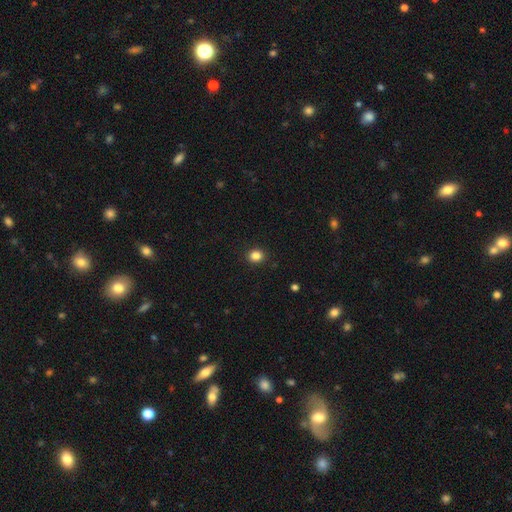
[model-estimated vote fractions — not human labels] smooth-or-featured: smooth: 85% | star or artifact: 11% | featured or disk: 4%
  how-rounded: round: 71% | in between: 28% | cigar-shaped: 1%
  merging: none: 91% | minor disturbance: 6% | major disturbance: 2% | merger: 1%